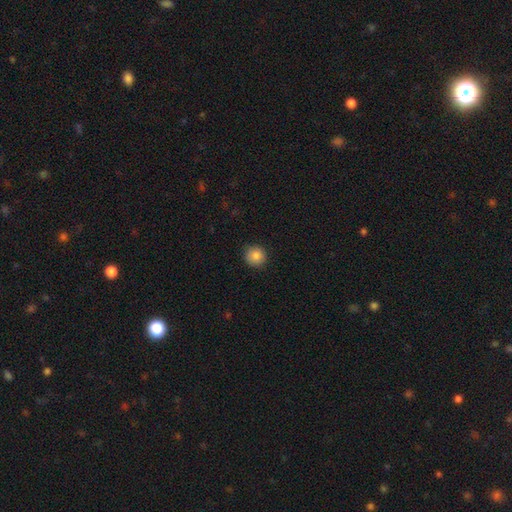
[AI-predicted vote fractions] Smooth or featured? smooth (85%)
How rounded? round (93%)
Merging? none (90%)